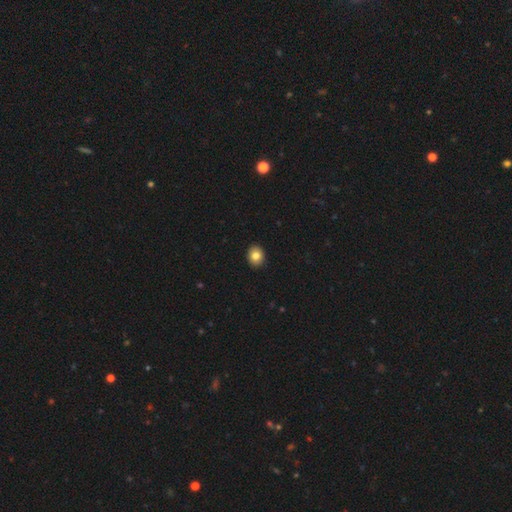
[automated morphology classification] smooth-or-featured: smooth: 83% | star or artifact: 9% | featured or disk: 8%
  how-rounded: round: 60% | in between: 39% | cigar-shaped: 1%
  merging: none: 92% | minor disturbance: 6% | major disturbance: 1% | merger: 1%